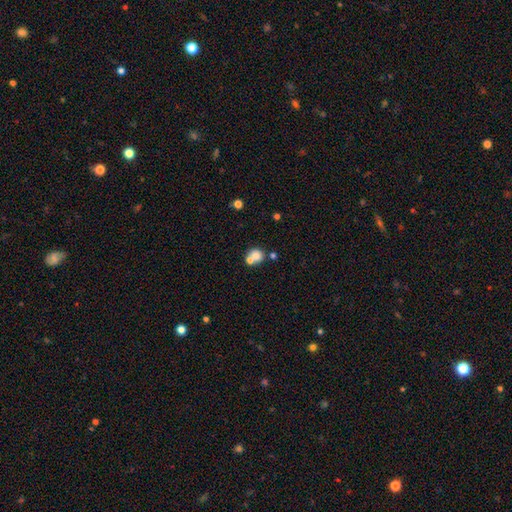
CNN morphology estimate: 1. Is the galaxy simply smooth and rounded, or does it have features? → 76% smooth, 13% featured or disk, 11% star or artifact.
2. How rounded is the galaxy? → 80% round, 19% in between, 1% cigar-shaped.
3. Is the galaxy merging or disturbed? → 45% merger, 43% none, 8% minor disturbance, 4% major disturbance.